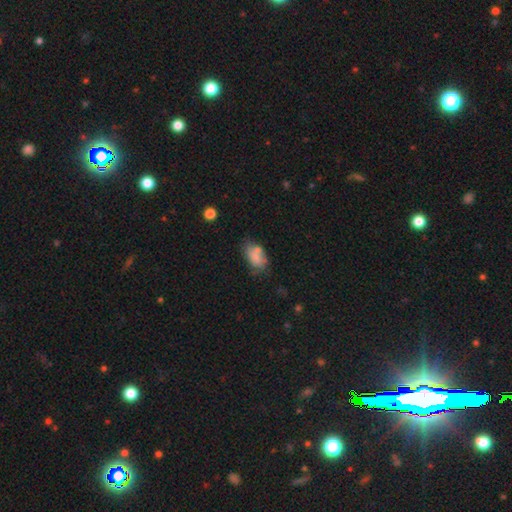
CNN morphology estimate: The model was most divided on "merging": none: 51%, minor disturbance: 25%, merger: 15%, major disturbance: 9%. More confident: how rounded — in between (90%); smooth or featured — smooth (75%).